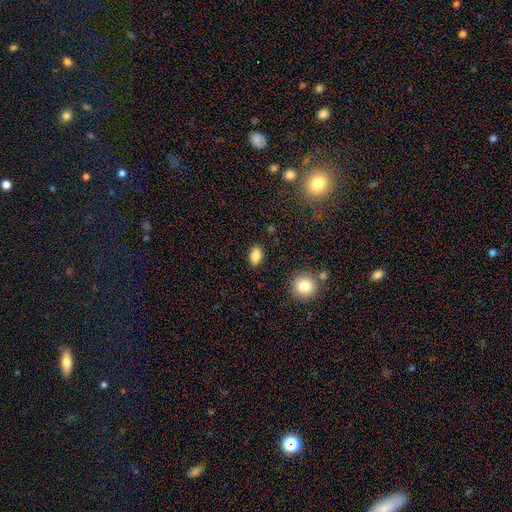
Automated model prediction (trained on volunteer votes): Overall: smooth (85%). How rounded: in between (86%). Merging: none (87%).